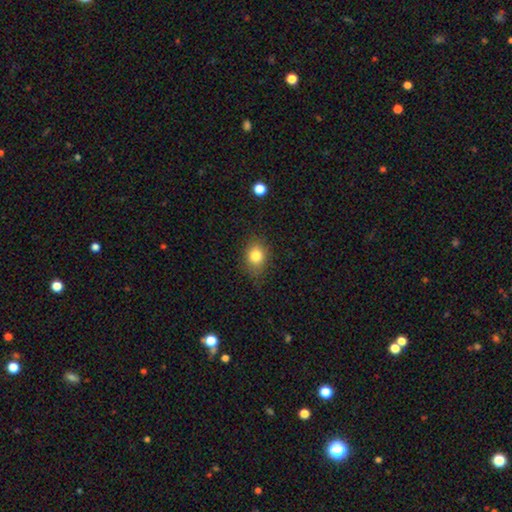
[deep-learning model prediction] Morphology: type=smooth (81%); roundness=in between (54%); merging=none (78%).